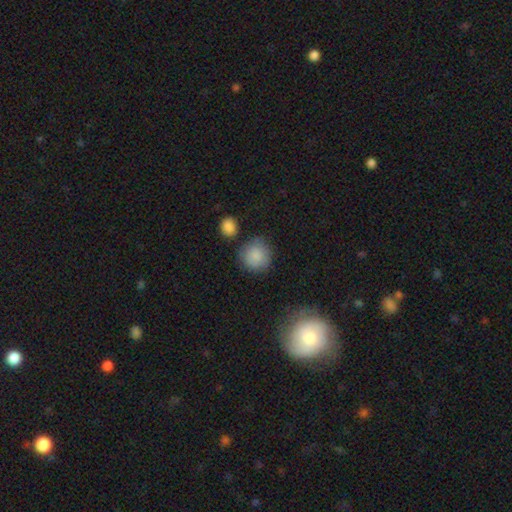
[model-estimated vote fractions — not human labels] Morphology: type=smooth (87%); roundness=round (91%); merging=none (76%).